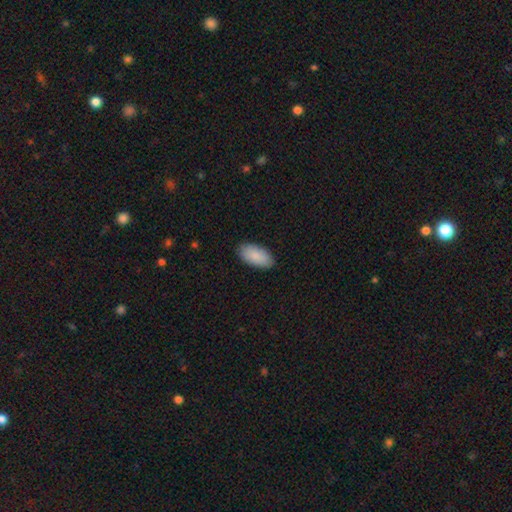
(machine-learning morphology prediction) smooth-or-featured: smooth: 89% | star or artifact: 6% | featured or disk: 5%
  how-rounded: in between: 94% | cigar-shaped: 4% | round: 2%
  merging: none: 87% | minor disturbance: 10% | major disturbance: 2% | merger: 1%